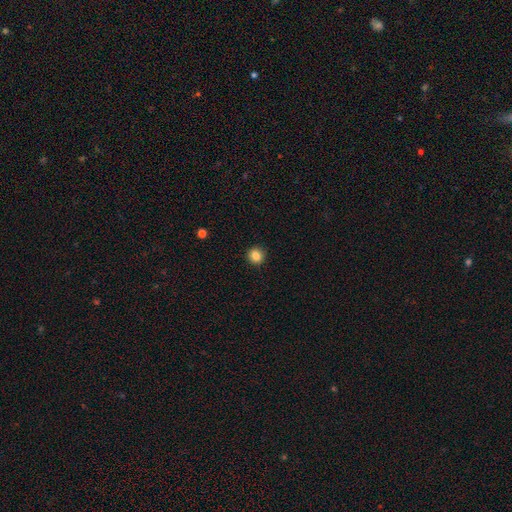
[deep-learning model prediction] Smooth or featured?
  - smooth: 84% *
  - star or artifact: 11%
  - featured or disk: 5%
How rounded?
  - round: 91% *
  - in between: 8%
  - cigar-shaped: 1%
Merging?
  - none: 92% *
  - minor disturbance: 5%
  - major disturbance: 2%
  - merger: 1%